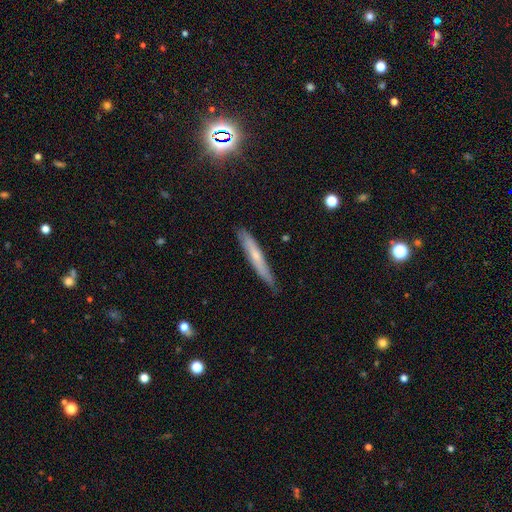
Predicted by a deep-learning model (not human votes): This is possibly a smooth galaxy (52%). How rounded: clearly cigar-shaped (94%). Merging: likely none (80%).